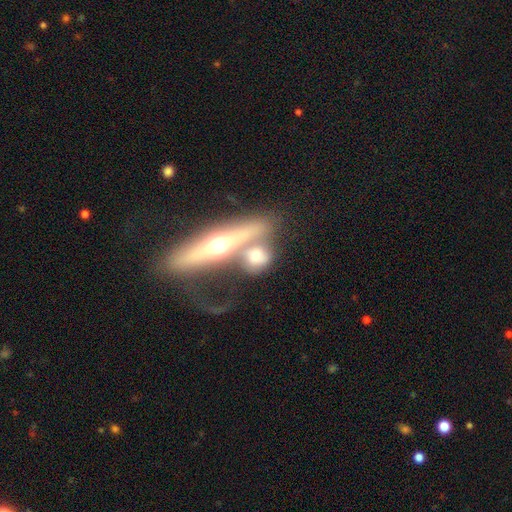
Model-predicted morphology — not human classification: Overall: featured or disk (46%; smooth 45%). Merging: merger (43%; none 39%).